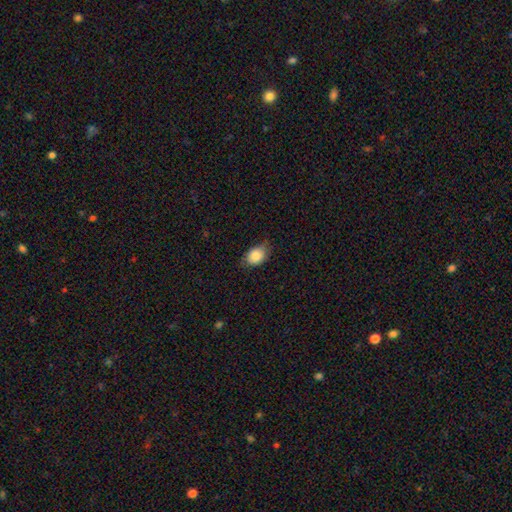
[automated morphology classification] smooth 81%, featured or disk 11%, star or artifact 8%. Down the decision tree: how rounded — in between (70%); merging — none (64%).